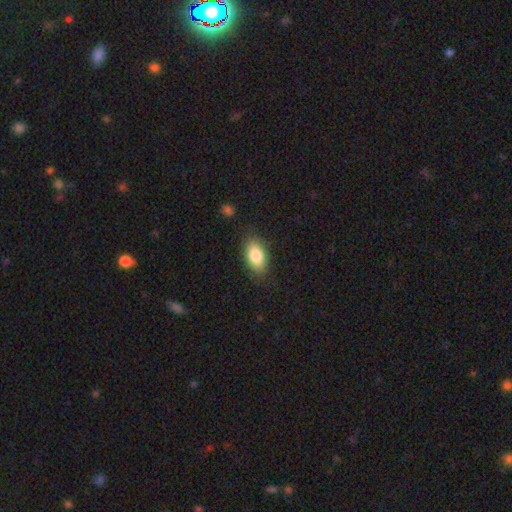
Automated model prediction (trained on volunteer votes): This is clearly a smooth galaxy (84%). How rounded: clearly in between (92%). Merging: clearly none (83%).